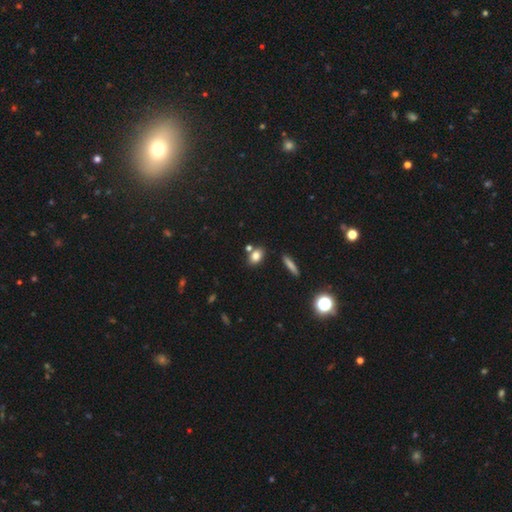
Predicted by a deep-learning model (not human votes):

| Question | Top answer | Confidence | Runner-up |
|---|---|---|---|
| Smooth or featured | smooth | 79% | star or artifact (11%) |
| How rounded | in between | 72% | round (24%) |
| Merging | none | 67% | merger (19%) |